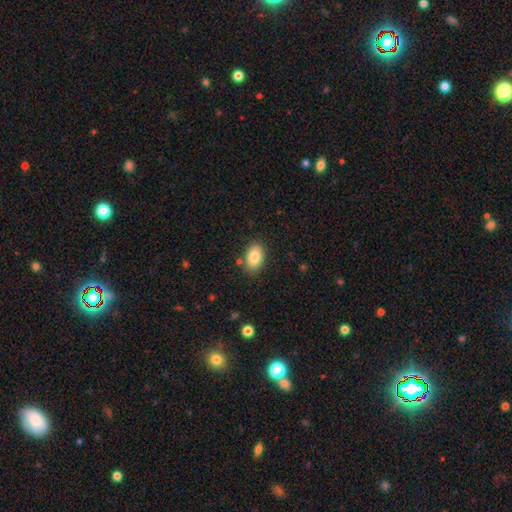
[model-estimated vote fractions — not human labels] Smooth or featured? Predicted: smooth (p=0.84). How rounded? Predicted: in between (p=0.90). Merging? Predicted: none (p=0.84).